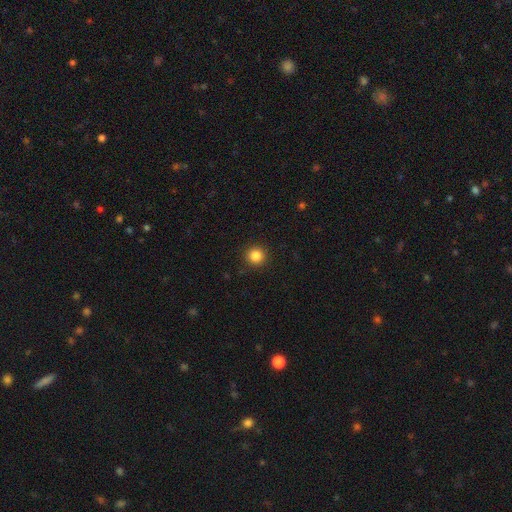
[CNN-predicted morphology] Smooth or featured: smooth — 85% (star or artifact — 11%)
How rounded: round — 95% (in between — 4%)
Merging: none — 92% (minor disturbance — 5%)